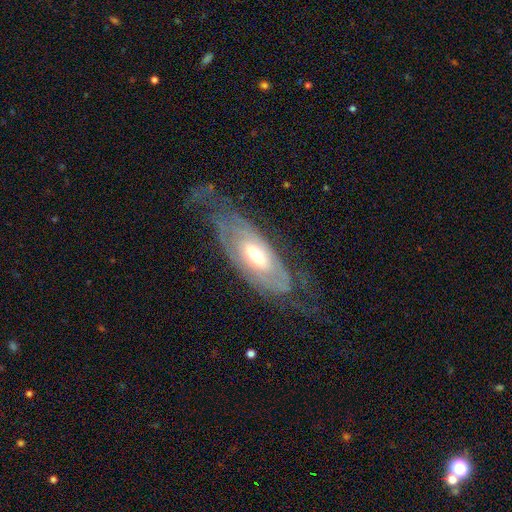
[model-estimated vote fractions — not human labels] Overall: featured or disk (75%). Edge-on disk: no (82%). Bar: no (56%; weak 33%). Spiral arms: yes (77%). Bulge size: moderate (65%). Merging: none (57%; minor disturbance 22%).